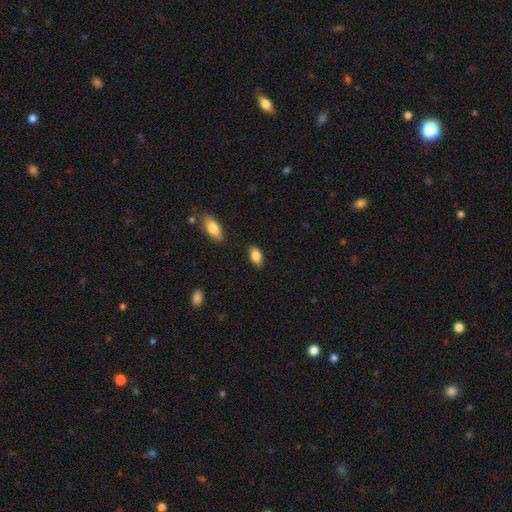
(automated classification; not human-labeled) Q: Smooth or featured?
A: smooth (86%); runner-up: featured or disk (7%)
Q: How rounded?
A: in between (91%); runner-up: round (4%)
Q: Merging?
A: none (83%); runner-up: minor disturbance (12%)